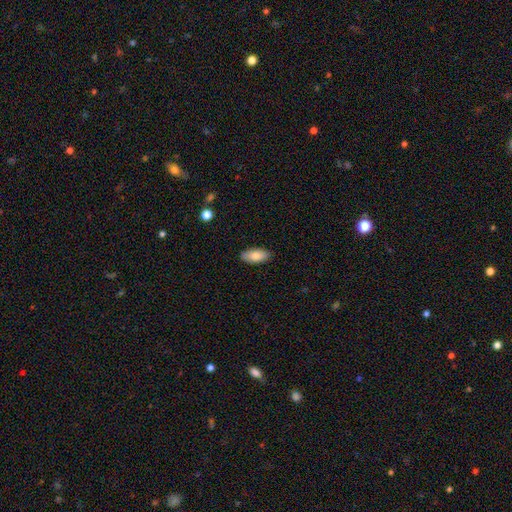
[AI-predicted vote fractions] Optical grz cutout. It shows a smooth galaxy with no disk features (83%) that is in between round and cigar-shaped (90%). Merging: none (88%).